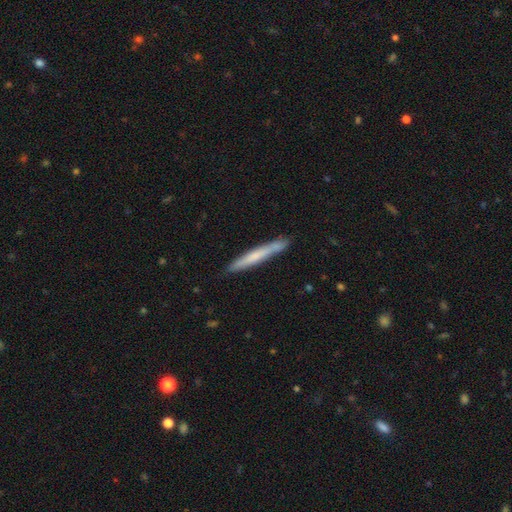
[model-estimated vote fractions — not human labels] Smooth or featured? Predicted: smooth (p=0.56). How rounded? Predicted: cigar-shaped (p=0.96). Merging? Predicted: none (p=0.85).